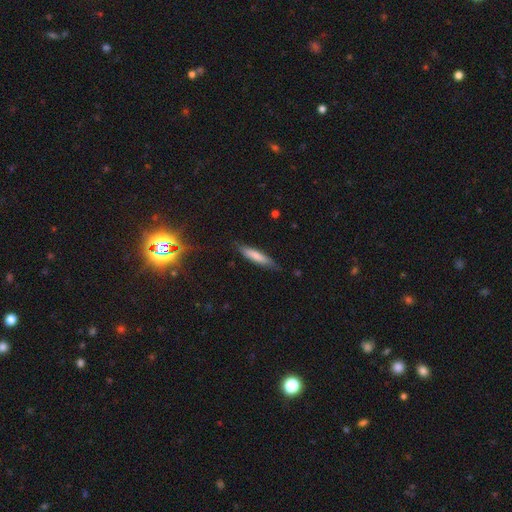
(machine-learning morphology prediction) Overall: smooth (75%). How rounded: cigar-shaped (84%). Merging: none (81%).